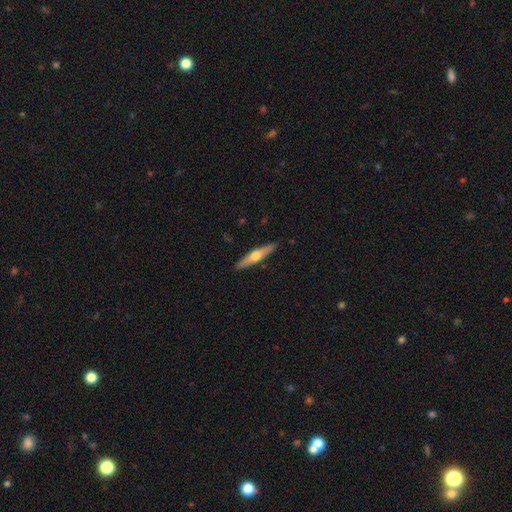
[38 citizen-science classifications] featured or disk 68%, smooth 24%, star or artifact 8%. Down the decision tree: edge-on disk — yes (92%); edge-on bulge — rounded (100%); merging — none (91%).